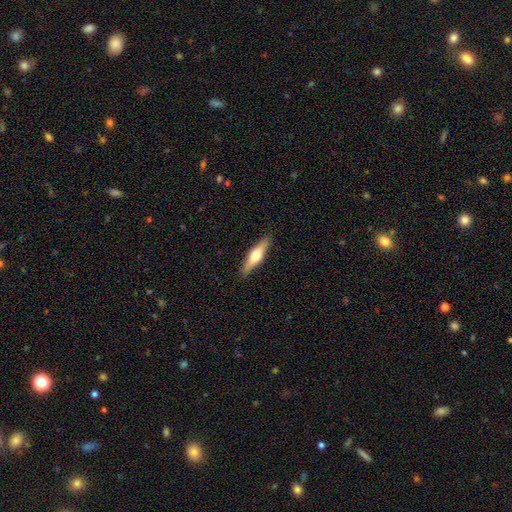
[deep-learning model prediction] Smooth or featured? Predicted: featured or disk (p=0.54). Edge-on disk? Predicted: yes (p=0.95). Edge-on bulge? Predicted: rounded (p=0.94). Merging? Predicted: none (p=0.90).